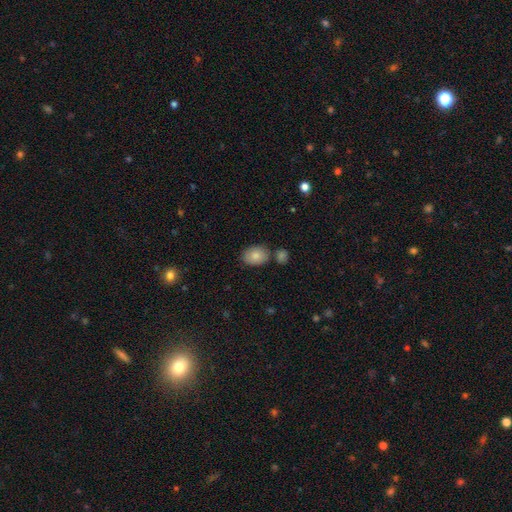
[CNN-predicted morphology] The model was most divided on "how rounded": in between: 78%, round: 21%, cigar-shaped: 1%. More confident: smooth or featured — smooth (85%); merging — none (71%).